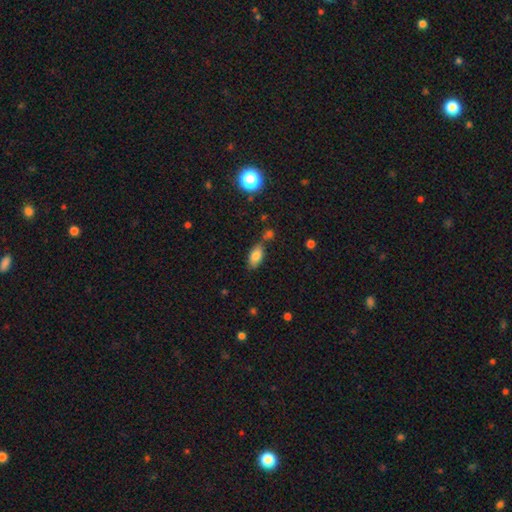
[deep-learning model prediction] Smooth or featured? smooth (79%)
How rounded? in between (89%)
Merging? none (69%)